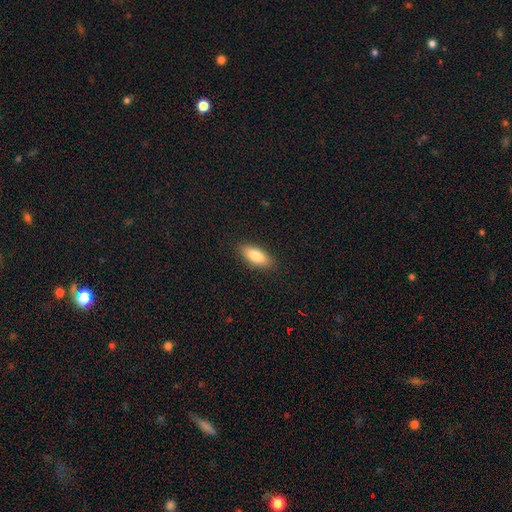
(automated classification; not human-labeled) The model was most divided on "how rounded": in between: 79%, cigar-shaped: 19%, round: 2%. More confident: merging — none (89%); smooth or featured — smooth (81%).